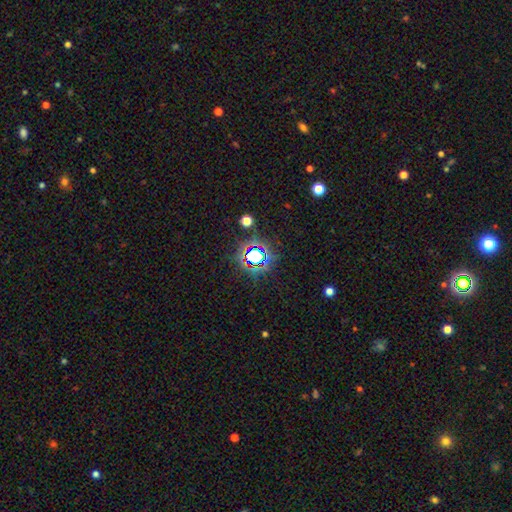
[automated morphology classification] Smooth or featured?
  - star or artifact: 70% *
  - smooth: 20%
  - featured or disk: 10%